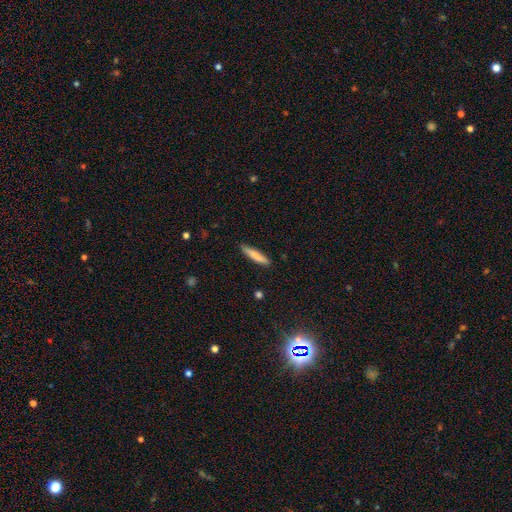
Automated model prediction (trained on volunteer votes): Smooth or featured? Predicted: smooth (p=0.80). How rounded? Predicted: cigar-shaped (p=0.89). Merging? Predicted: none (p=0.89).